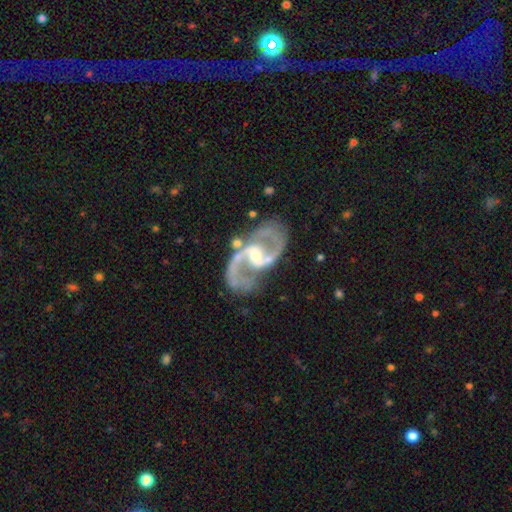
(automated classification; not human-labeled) This is clearly a featured or disk galaxy (93%). It is clearly not viewed edge-on (98%). Bar: marginally weak (42%). Spiral arm pattern: clearly yes (98%). Spiral arm count: clearly 2 (94%). Spiral winding: likely medium (64%). Central bulge: possibly small (51%). Merging: likely none (73%).